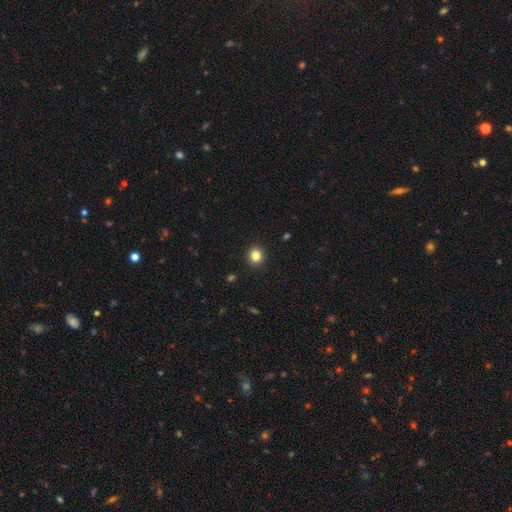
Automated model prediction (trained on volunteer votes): smooth_or_featured: smooth (p=0.83) [alt: star or artifact p=0.12]
how_rounded: round (p=0.83) [alt: in between p=0.16]
merging: none (p=0.92) [alt: minor disturbance p=0.05]